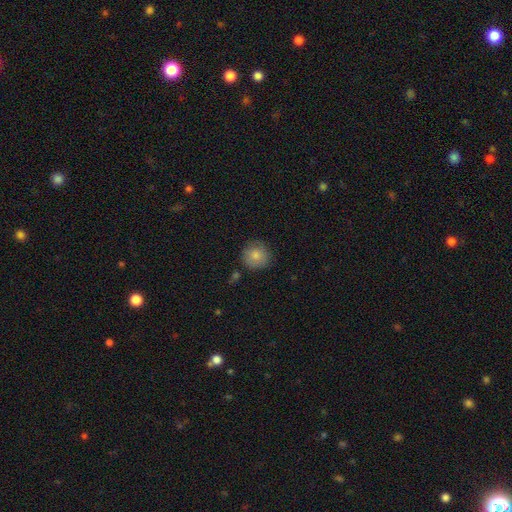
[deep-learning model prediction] Smooth or featured?
  - smooth: 83% *
  - featured or disk: 8%
  - star or artifact: 8%
How rounded?
  - round: 92% *
  - in between: 7%
  - cigar-shaped: 1%
Merging?
  - none: 81% *
  - minor disturbance: 13%
  - merger: 3%
  - major disturbance: 3%